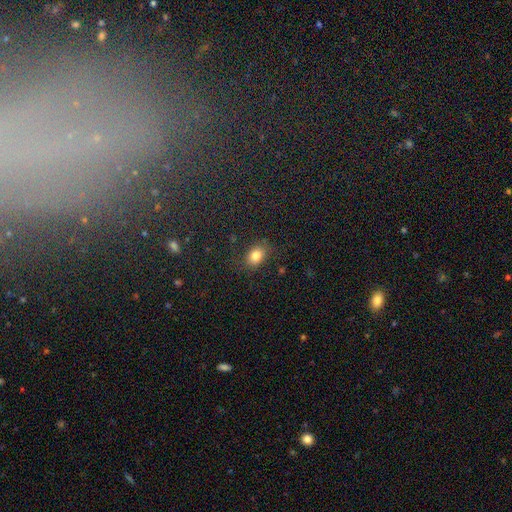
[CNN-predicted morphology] Smooth or featured? Predicted: smooth (p=0.80). How rounded? Predicted: in between (p=0.69). Merging? Predicted: none (p=0.79).